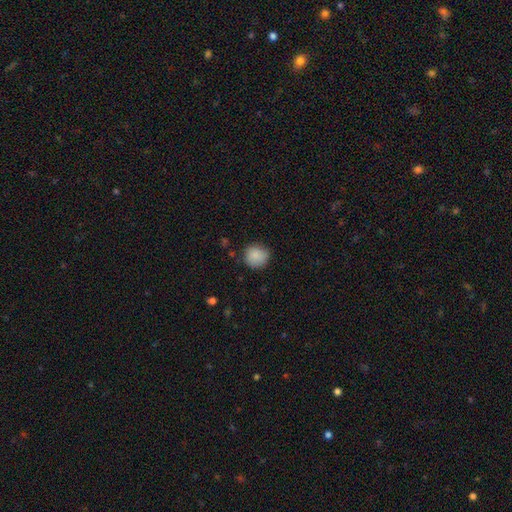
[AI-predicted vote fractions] smooth 86%, star or artifact 8%, featured or disk 6%. Down the decision tree: how rounded — round (90%); merging — none (79%).